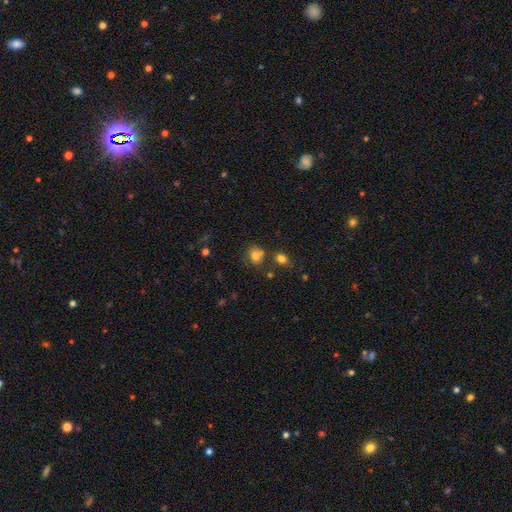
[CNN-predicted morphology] This appears to be a smooth galaxy with no disk features (78%) that is round (71%). Merging: none (62%).